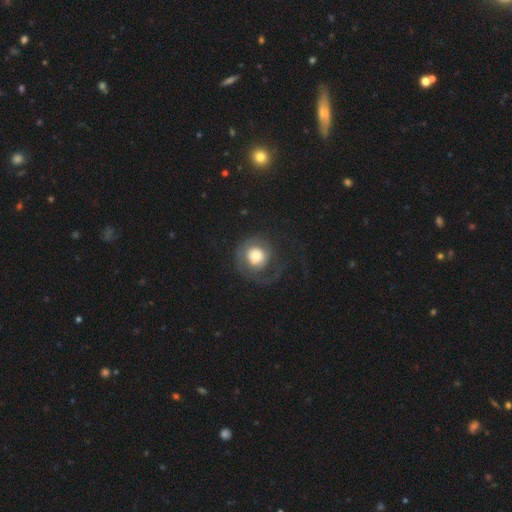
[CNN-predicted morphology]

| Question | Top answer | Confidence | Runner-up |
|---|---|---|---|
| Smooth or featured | smooth | 49% | featured or disk (42%) |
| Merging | none | 45% | major disturbance (37%) |